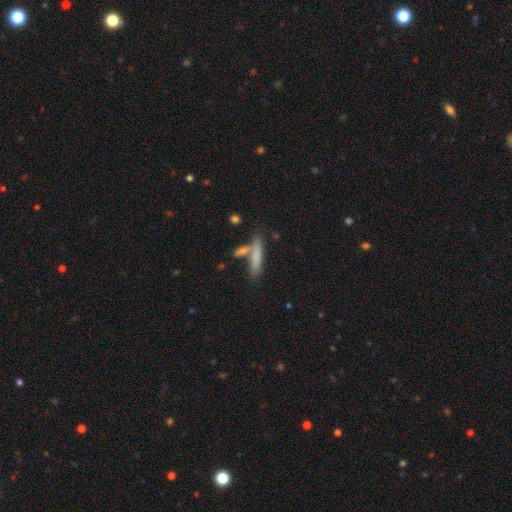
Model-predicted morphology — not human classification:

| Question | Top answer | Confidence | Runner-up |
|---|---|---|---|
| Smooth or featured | smooth | 76% | featured or disk (17%) |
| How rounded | cigar-shaped | 82% | in between (16%) |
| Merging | none | 63% | merger (19%) |